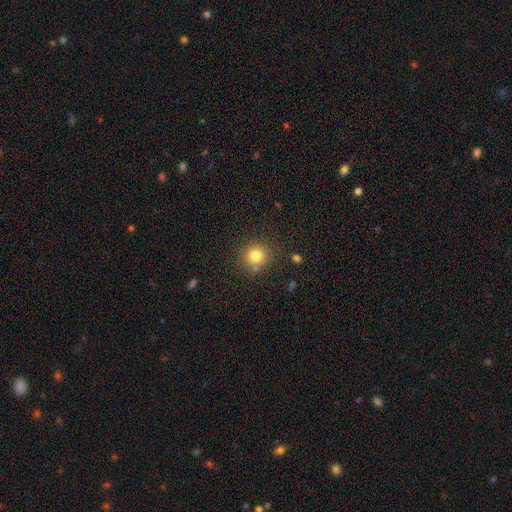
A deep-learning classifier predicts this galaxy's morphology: smooth 80%, star or artifact 13%, featured or disk 7%. Down the decision tree: how rounded — round (90%); merging — none (82%).